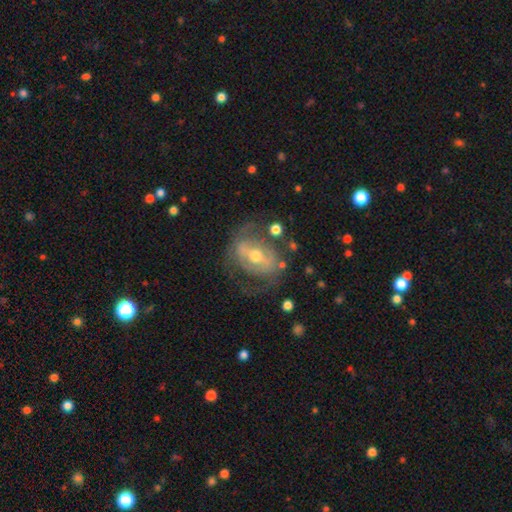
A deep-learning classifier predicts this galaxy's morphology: This is likely a featured or disk galaxy (74%). It is clearly not viewed edge-on (94%). Bar: marginally strong (43%). Spiral arm pattern: likely yes (63%). Central bulge: likely moderate (64%). Merging: possibly none (56%).